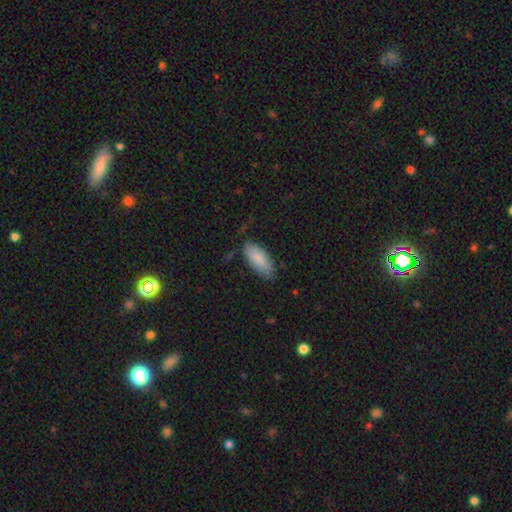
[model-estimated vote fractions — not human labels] smooth_or_featured: smooth (p=0.86) [alt: featured or disk p=0.08]
how_rounded: in between (p=0.81) [alt: cigar-shaped p=0.17]
merging: none (p=0.75) [alt: minor disturbance p=0.20]